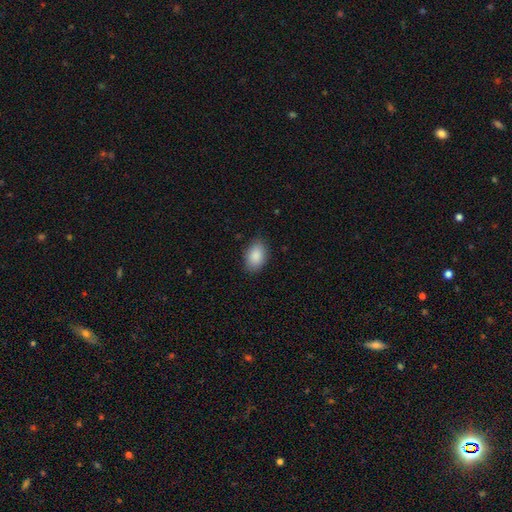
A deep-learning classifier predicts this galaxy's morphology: A smooth galaxy with no disk features (89%) that is in between round and cigar-shaped (89%). Merging: none (83%).